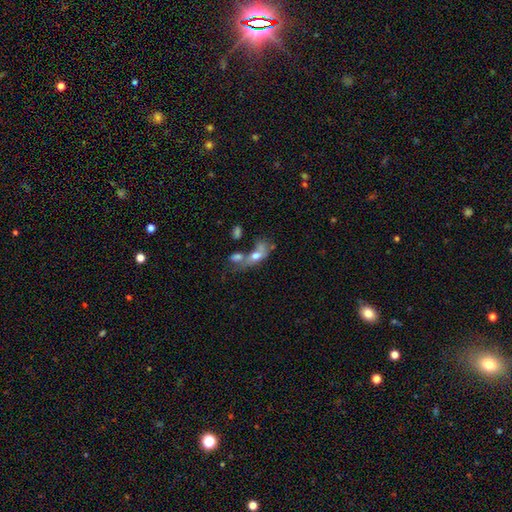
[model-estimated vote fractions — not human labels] smooth-or-featured: smooth: 55% | featured or disk: 34% | star or artifact: 12%
  how-rounded: in between: 72% | cigar-shaped: 15% | round: 13%
  merging: merger: 49% | none: 21% | major disturbance: 18% | minor disturbance: 13%